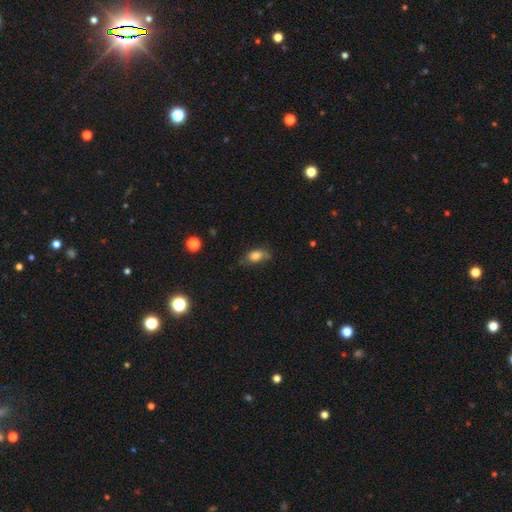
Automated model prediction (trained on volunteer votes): This is likely a smooth galaxy (79%). How rounded: clearly in between (82%). Merging: likely none (61%).